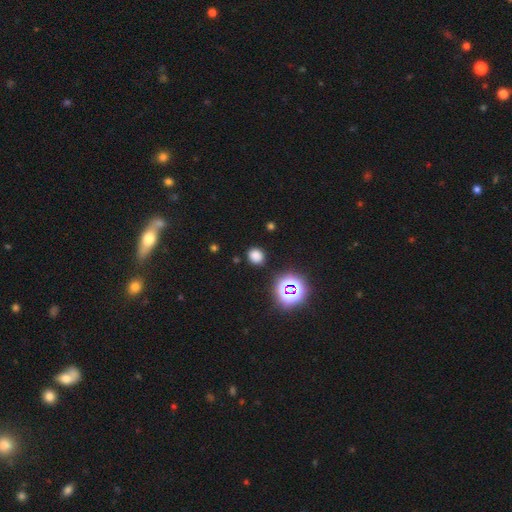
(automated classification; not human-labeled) A smooth galaxy with no disk features (74%) that is round (71%). Merging: none (86%).